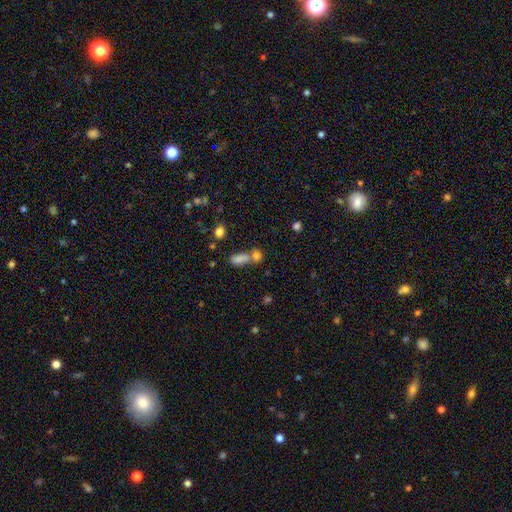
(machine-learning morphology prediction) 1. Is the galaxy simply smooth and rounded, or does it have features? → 76% smooth, 15% star or artifact, 9% featured or disk.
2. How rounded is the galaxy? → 69% in between, 21% round, 10% cigar-shaped.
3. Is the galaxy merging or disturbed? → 47% merger, 40% none, 9% minor disturbance, 4% major disturbance.